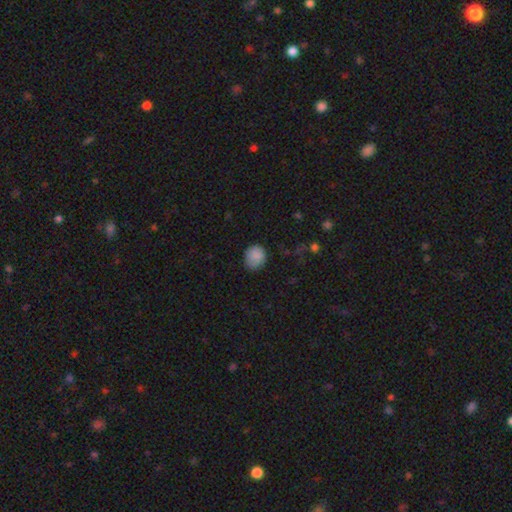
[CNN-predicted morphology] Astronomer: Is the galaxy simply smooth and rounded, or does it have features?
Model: smooth — 87%.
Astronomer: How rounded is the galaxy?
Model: round — 78%.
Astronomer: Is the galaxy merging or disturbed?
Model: none — 78%.